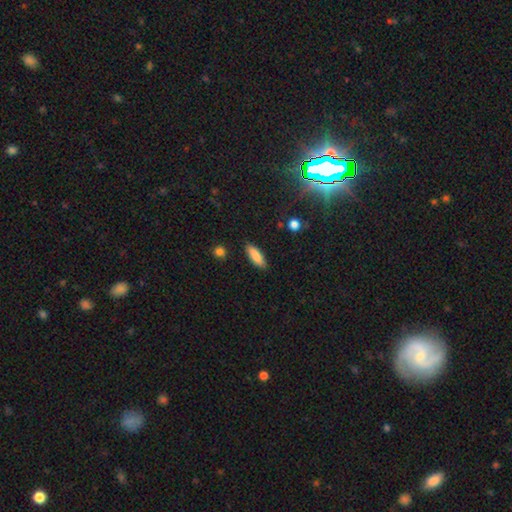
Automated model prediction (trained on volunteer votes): Smooth or featured: smooth — 85% (featured or disk — 8%)
How rounded: in between — 55% (cigar-shaped — 43%)
Merging: none — 87% (minor disturbance — 9%)